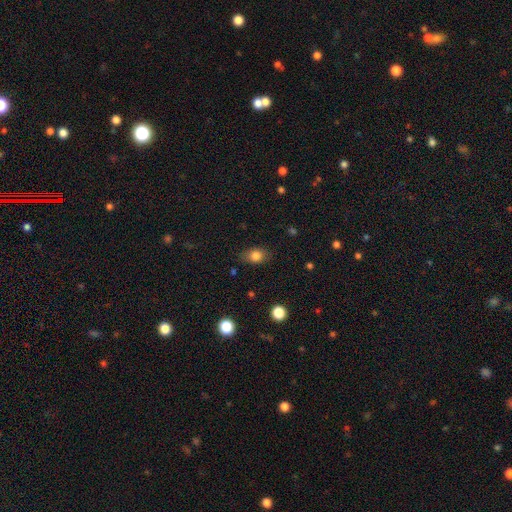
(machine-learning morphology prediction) Smooth or featured?
  - smooth: 81% *
  - star or artifact: 10%
  - featured or disk: 9%
How rounded?
  - in between: 70% *
  - round: 28%
  - cigar-shaped: 2%
Merging?
  - none: 80% *
  - minor disturbance: 15%
  - major disturbance: 4%
  - merger: 1%